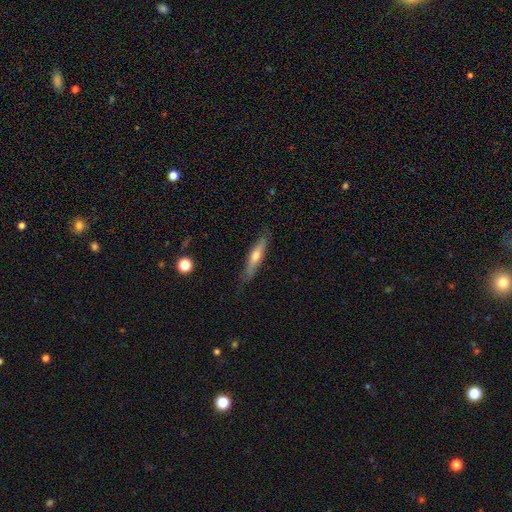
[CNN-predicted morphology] Smooth or featured?
  - smooth: 50% *
  - featured or disk: 44%
  - star or artifact: 6%
Merging?
  - none: 82% *
  - minor disturbance: 14%
  - major disturbance: 3%
  - merger: 1%